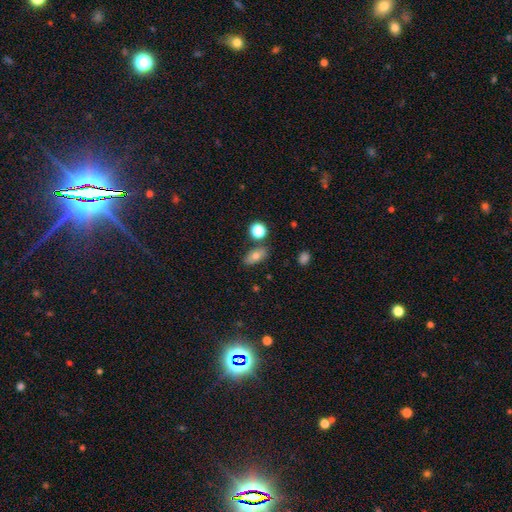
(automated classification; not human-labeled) This is likely a smooth galaxy (72%). How rounded: clearly in between (83%). Merging: likely none (77%).